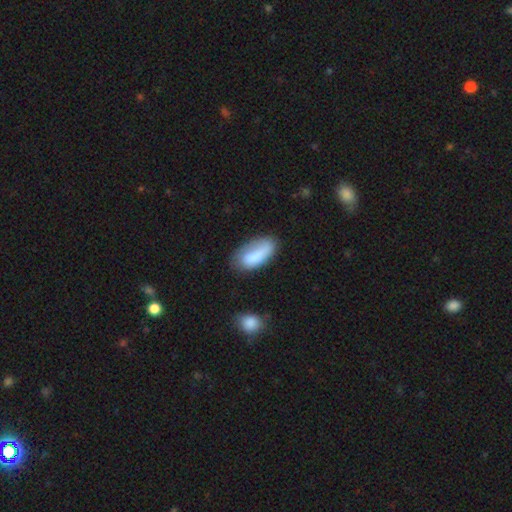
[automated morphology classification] This appears to be a smooth galaxy with no disk features (76%) that is in between round and cigar-shaped (89%). Merging: none (52%).